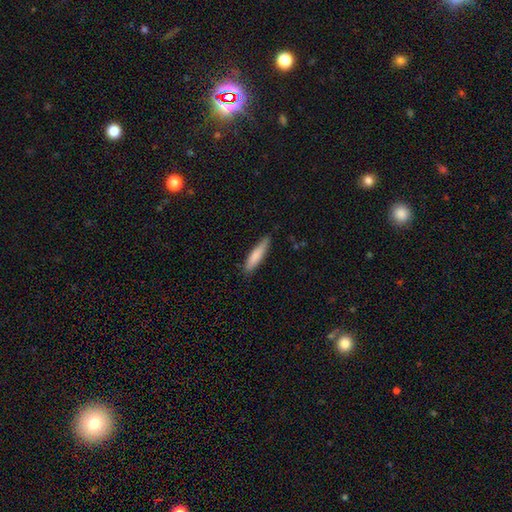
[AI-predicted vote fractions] A smooth galaxy with no disk features (78%) that is cigar-shaped (83%).

Vote fractions:
- Smooth or featured? smooth: 78% / featured or disk: 16% / star or artifact: 6%
- How rounded? cigar-shaped: 83% / in between: 16% / round: 1%
- Merging? none: 81% / minor disturbance: 15% / major disturbance: 2% / merger: 1%